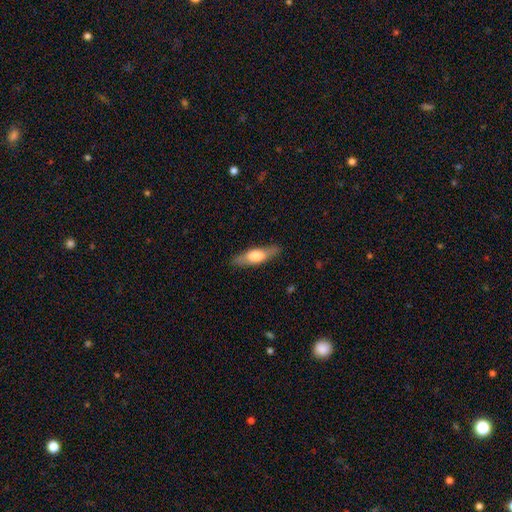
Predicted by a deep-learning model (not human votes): This is possibly a smooth galaxy (54%). How rounded: possibly cigar-shaped (58%). Merging: clearly none (85%).